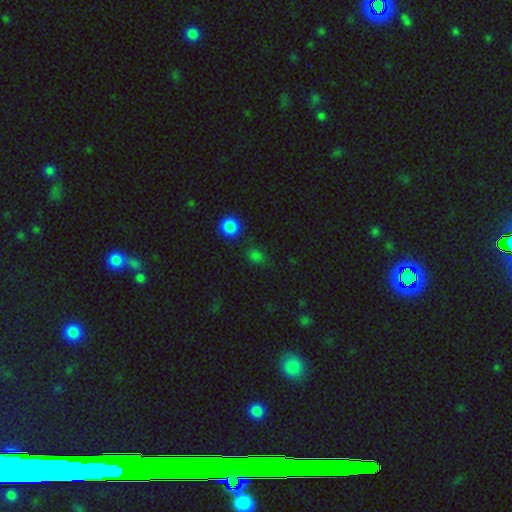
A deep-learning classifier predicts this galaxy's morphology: Smooth or featured: smooth — 70% (star or artifact — 25%)
How rounded: round — 63% (in between — 35%)
Merging: none — 76% (minor disturbance — 14%)